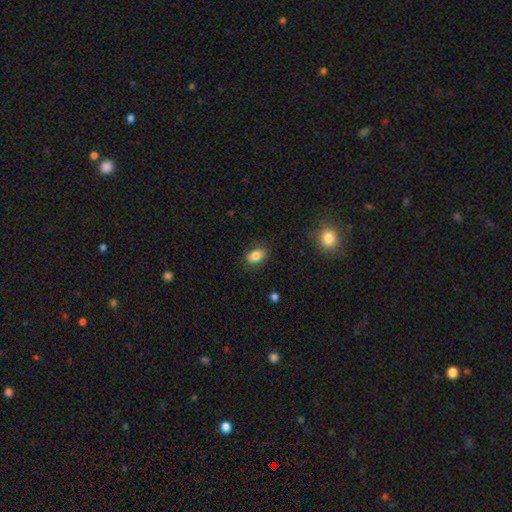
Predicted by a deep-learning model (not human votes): The model was most divided on "merging": none: 83%, minor disturbance: 13%, major disturbance: 3%, merger: 1%. More confident: how rounded — in between (85%); smooth or featured — smooth (84%).